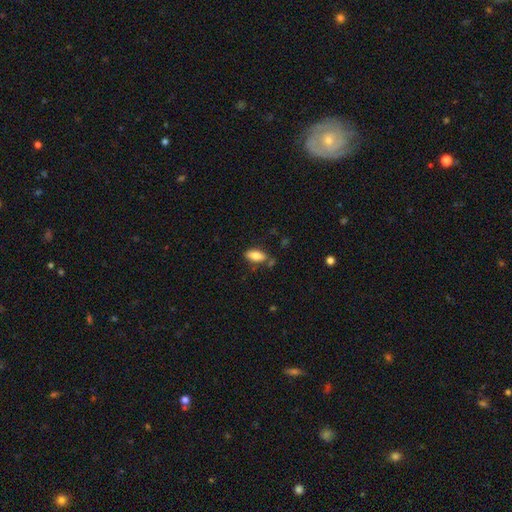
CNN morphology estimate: smooth 82%, featured or disk 11%, star or artifact 7%. Down the decision tree: how rounded — in between (87%); merging — none (72%).